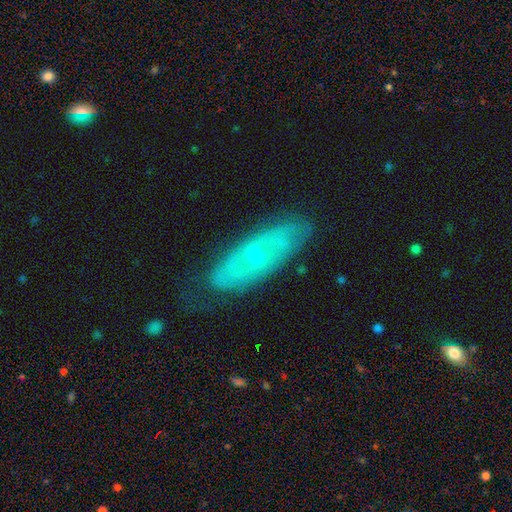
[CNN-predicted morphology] A featured or disk galaxy (65%).

Vote fractions:
- Smooth or featured? featured or disk: 65% / smooth: 27% / star or artifact: 8%
- Edge-on disk? no: 75% / yes: 25%
- Merging? none: 73% / minor disturbance: 20% / major disturbance: 5% / merger: 1%